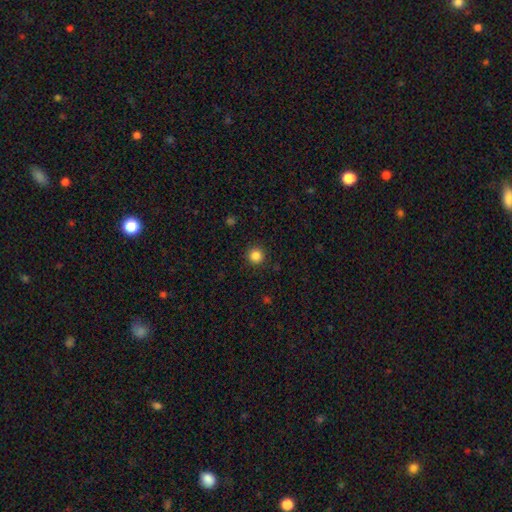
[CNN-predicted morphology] The model was most divided on "smooth or featured": smooth: 85%, star or artifact: 12%, featured or disk: 3%. More confident: how rounded — round (95%); merging — none (92%).